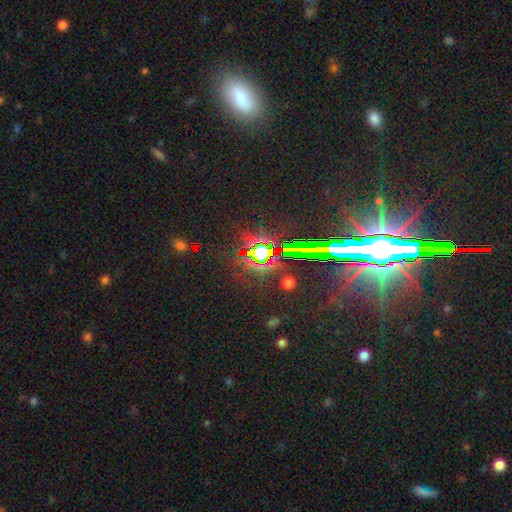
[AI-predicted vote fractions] Smooth or featured: star or artifact — 75% (smooth — 15%)